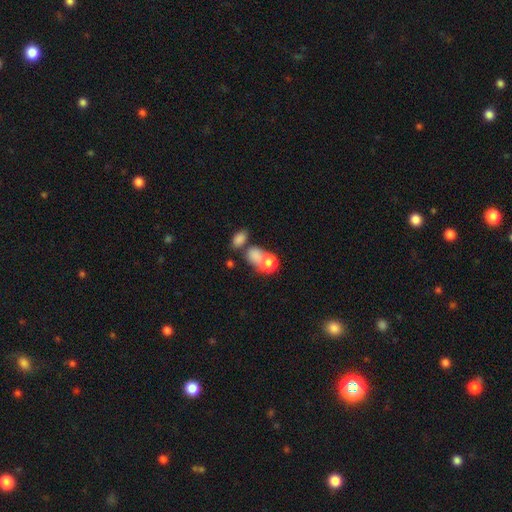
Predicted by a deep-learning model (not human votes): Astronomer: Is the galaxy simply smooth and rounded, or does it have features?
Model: smooth — 77%.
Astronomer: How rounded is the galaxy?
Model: round — 49%, tied with in between at 49%.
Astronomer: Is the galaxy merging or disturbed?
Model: merger — 45% (runner-up: none, 35%).